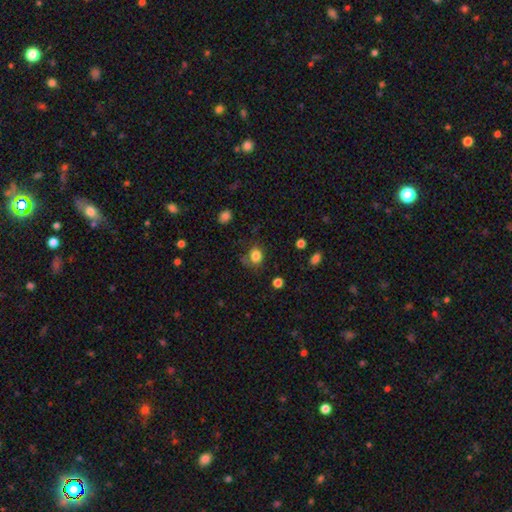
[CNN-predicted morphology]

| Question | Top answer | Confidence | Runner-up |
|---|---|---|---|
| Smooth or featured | smooth | 83% | star or artifact (12%) |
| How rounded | round | 62% | in between (37%) |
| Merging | none | 67% | minor disturbance (21%) |